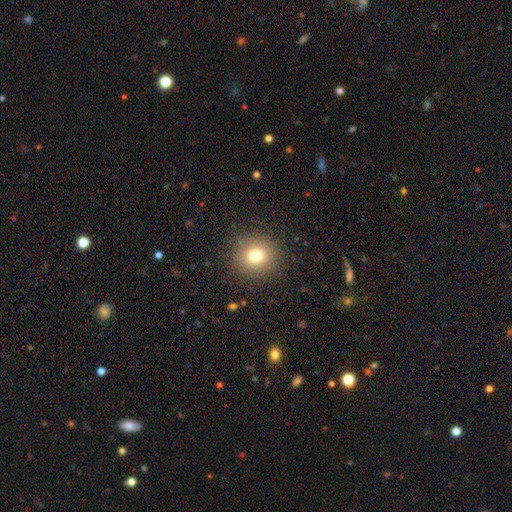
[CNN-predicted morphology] This appears to be a smooth galaxy with no disk features (76%) that is round (92%). Merging: none (89%).